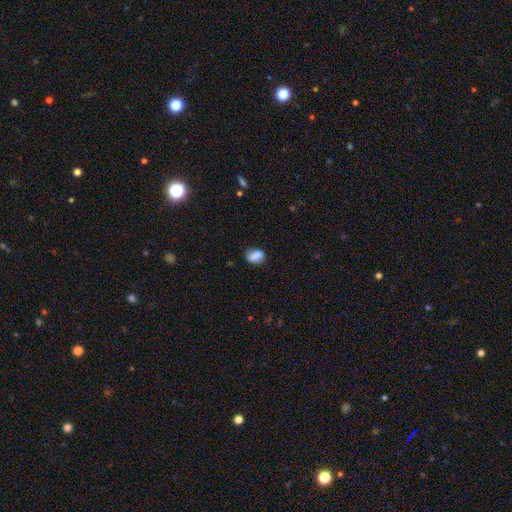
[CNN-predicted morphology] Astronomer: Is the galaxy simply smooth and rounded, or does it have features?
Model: smooth — 79%.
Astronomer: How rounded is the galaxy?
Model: in between — 70%.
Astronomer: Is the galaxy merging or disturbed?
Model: none — 63%.